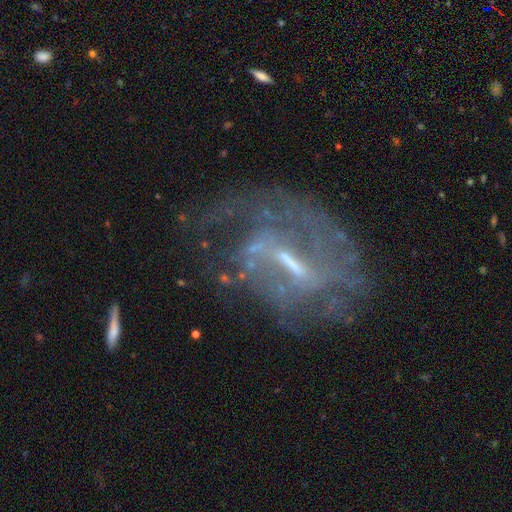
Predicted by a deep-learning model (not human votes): Smooth or featured: featured or disk — 80% (smooth — 10%)
Edge-on disk: no — 93% (yes — 7%)
Bar: weak — 45% (strong — 40%)
Spiral arms: yes — 75% (no — 25%)
Spiral winding: medium — 39% (tight — 34%)
Spiral arm count: can't tell — 44% (2 — 30%)
Bulge size: small — 47% (moderate — 33%)
Merging: none — 51% (major disturbance — 25%)